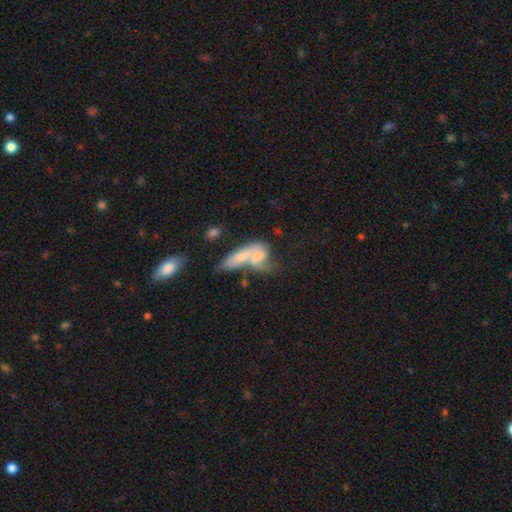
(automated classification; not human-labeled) Q: Smooth or featured?
A: featured or disk (47%); runner-up: smooth (44%)
Q: Merging?
A: merger (60%); runner-up: none (18%)